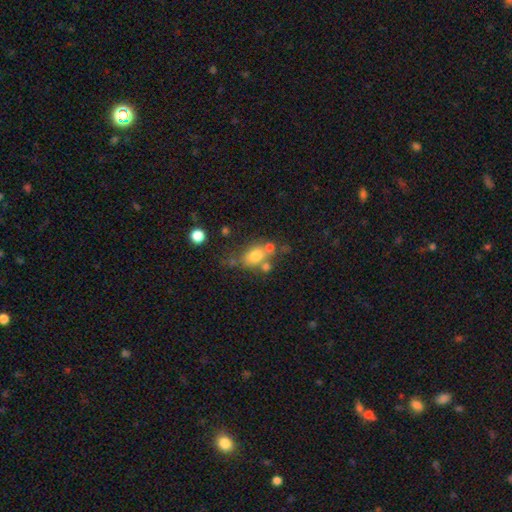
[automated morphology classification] A smooth galaxy with no disk features (72%) that is in between round and cigar-shaped (70%). Merging: none (48%).